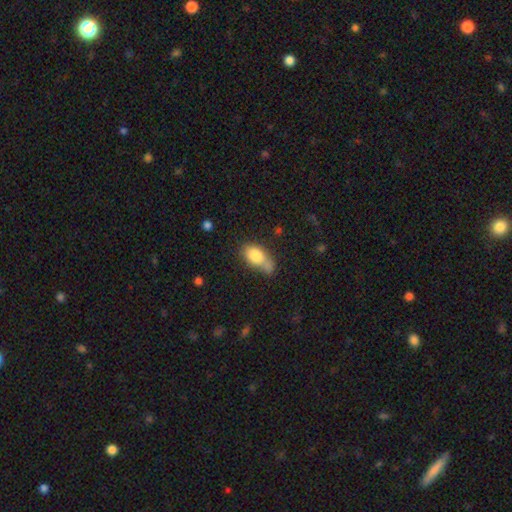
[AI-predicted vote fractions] smooth-or-featured: smooth: 79% | featured or disk: 13% | star or artifact: 8%
  how-rounded: in between: 84% | round: 10% | cigar-shaped: 6%
  merging: none: 33% | merger: 29% | minor disturbance: 25% | major disturbance: 13%